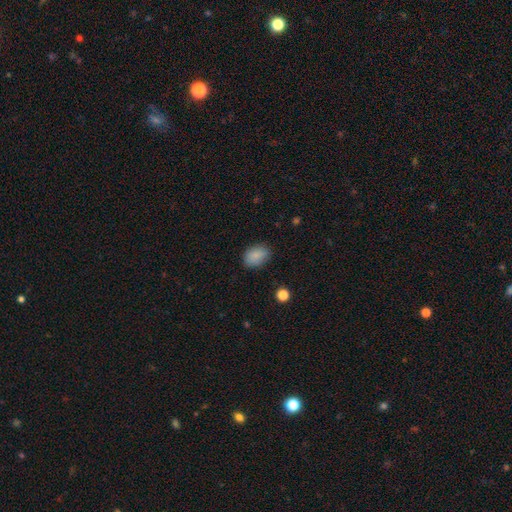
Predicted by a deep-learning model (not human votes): Smooth or featured?
  - smooth: 86% *
  - star or artifact: 8%
  - featured or disk: 6%
How rounded?
  - in between: 79% *
  - round: 20%
  - cigar-shaped: 1%
Merging?
  - none: 81% *
  - minor disturbance: 14%
  - major disturbance: 3%
  - merger: 1%